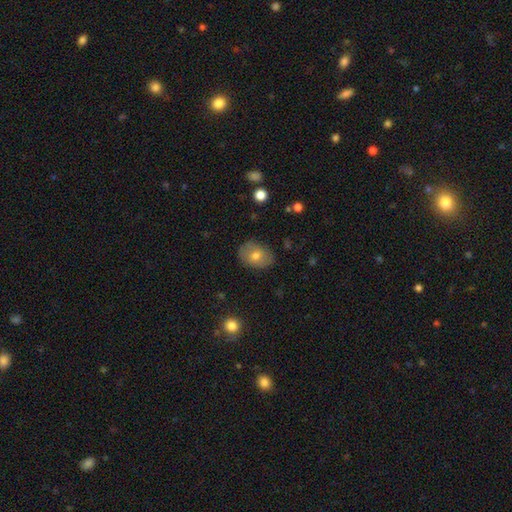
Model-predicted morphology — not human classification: This appears to be a smooth galaxy with no disk features (69%) that is in between round and cigar-shaped (71%). Merging: none (83%).